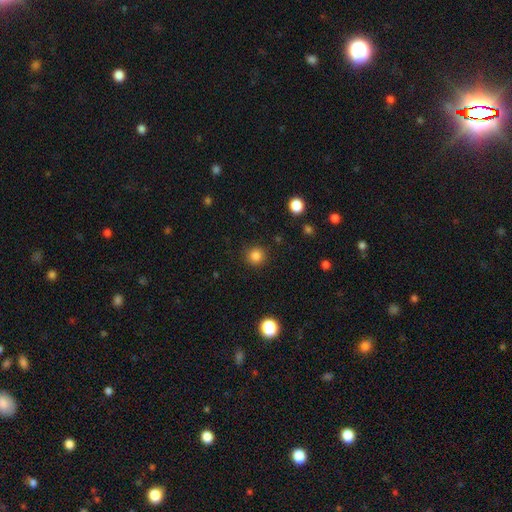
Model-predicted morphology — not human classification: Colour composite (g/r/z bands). It shows a smooth galaxy with no disk features (84%) that is round (92%). Merging: none (90%).